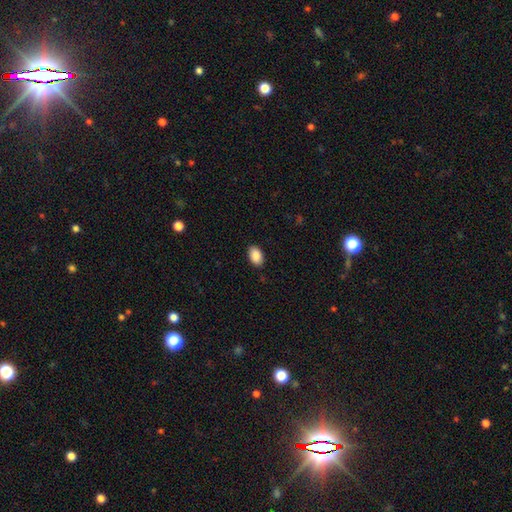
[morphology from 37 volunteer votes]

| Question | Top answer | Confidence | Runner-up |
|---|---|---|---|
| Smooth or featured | smooth | 86% | featured or disk (8%) |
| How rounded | in between | 88% | round (12%) |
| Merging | none | 74% | minor disturbance (17%) |